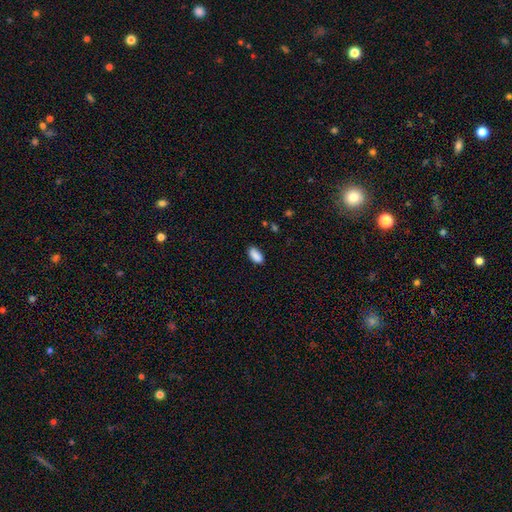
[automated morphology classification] Smooth or featured? Predicted: smooth (p=0.89). How rounded? Predicted: in between (p=0.91). Merging? Predicted: none (p=0.81).